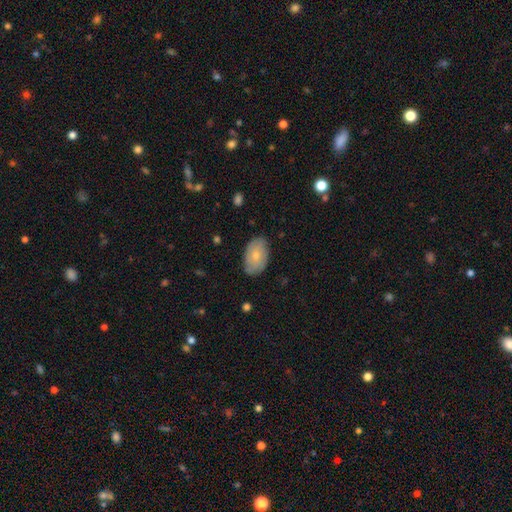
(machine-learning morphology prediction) Smooth or featured: smooth — 66% (featured or disk — 28%)
How rounded: in between — 91% (round — 7%)
Merging: none — 78% (minor disturbance — 17%)